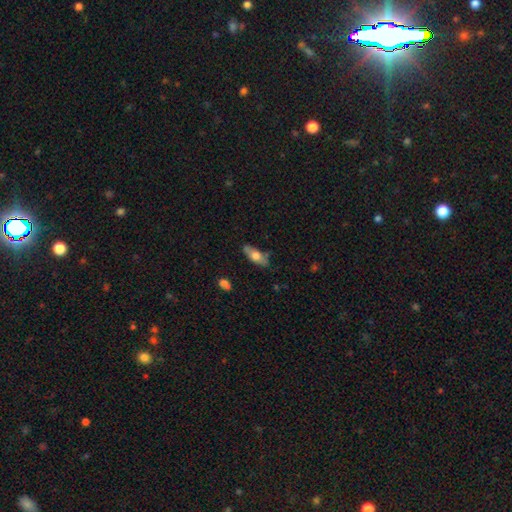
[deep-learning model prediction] Overall: smooth (62%; featured or disk 32%). How rounded: in between (70%). Merging: none (77%).